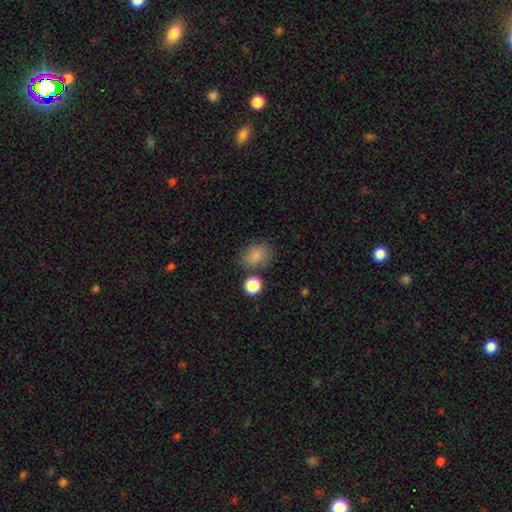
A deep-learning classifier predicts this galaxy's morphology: smooth 83%, star or artifact 11%, featured or disk 6%. Down the decision tree: how rounded — in between (60%); merging — none (71%).